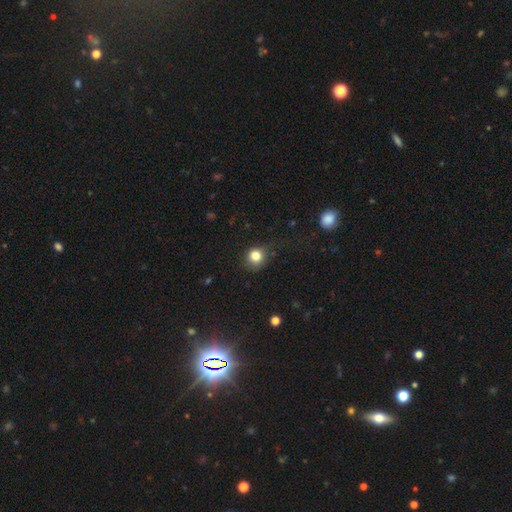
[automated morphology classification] The model was most divided on "merging": none: 71%, minor disturbance: 20%, major disturbance: 7%, merger: 2%. More confident: how rounded — round (84%); smooth or featured — smooth (82%).